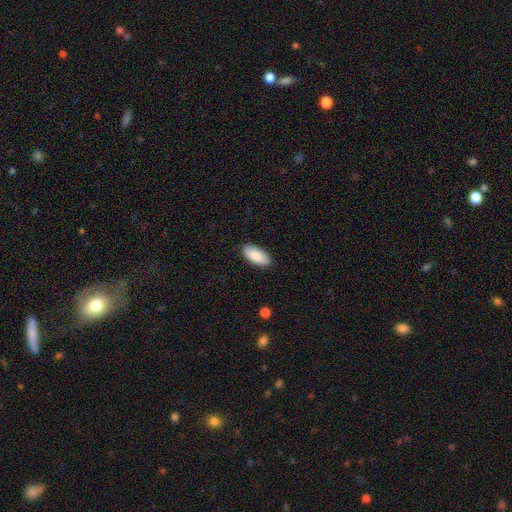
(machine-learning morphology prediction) A smooth galaxy with no disk features (89%) that is in between round and cigar-shaped (92%).

Vote fractions:
- Smooth or featured? smooth: 89% / star or artifact: 6% / featured or disk: 5%
- How rounded? in between: 92% / cigar-shaped: 6% / round: 2%
- Merging? none: 89% / minor disturbance: 8% / major disturbance: 2% / merger: 1%